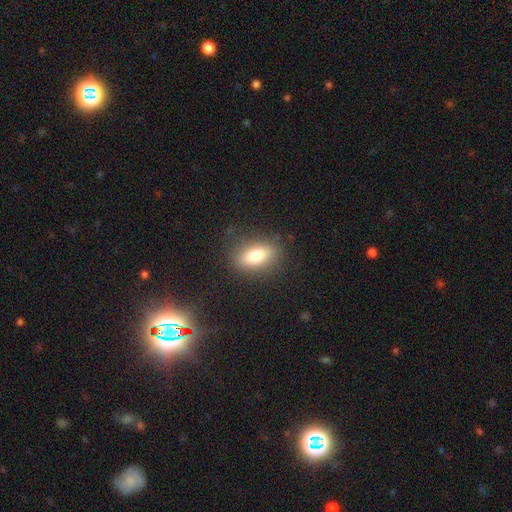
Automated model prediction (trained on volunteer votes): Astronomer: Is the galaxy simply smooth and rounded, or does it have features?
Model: smooth — 75%.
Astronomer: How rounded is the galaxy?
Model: in between — 81%.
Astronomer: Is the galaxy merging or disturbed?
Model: none — 83%.